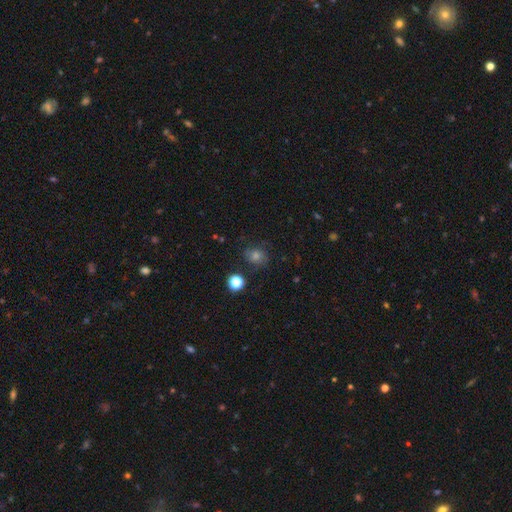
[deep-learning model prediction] Smooth or featured?
  - smooth: 60% *
  - star or artifact: 25%
  - featured or disk: 14%
How rounded?
  - round: 77% *
  - in between: 22%
  - cigar-shaped: 1%
Merging?
  - none: 80% *
  - minor disturbance: 12%
  - major disturbance: 5%
  - merger: 3%